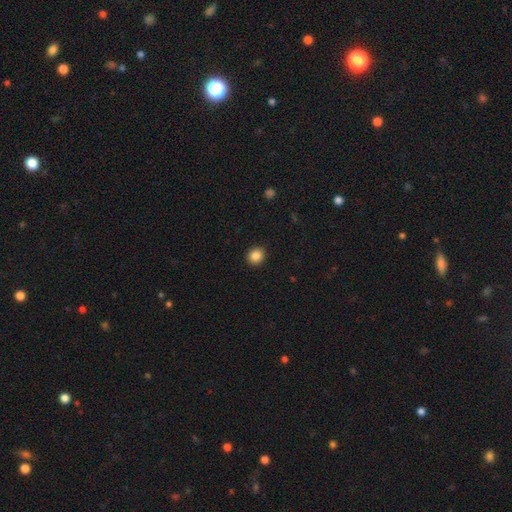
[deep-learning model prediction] smooth_or_featured: smooth (p=0.86) [alt: star or artifact p=0.10]
how_rounded: round (p=0.80) [alt: in between p=0.19]
merging: none (p=0.92) [alt: minor disturbance p=0.05]